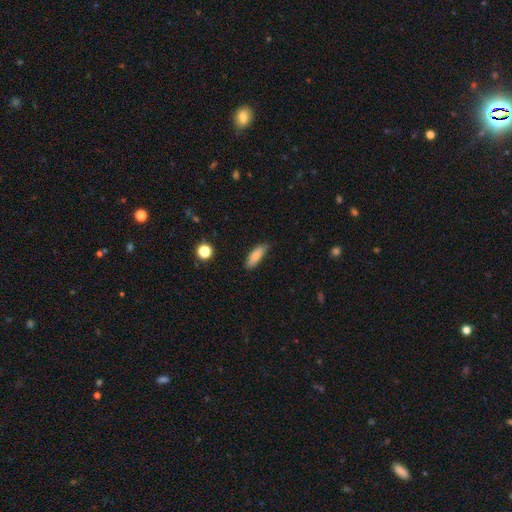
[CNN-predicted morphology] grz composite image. It shows a smooth galaxy with no disk features (83%) that is in between round and cigar-shaped (54%). Merging: none (79%).